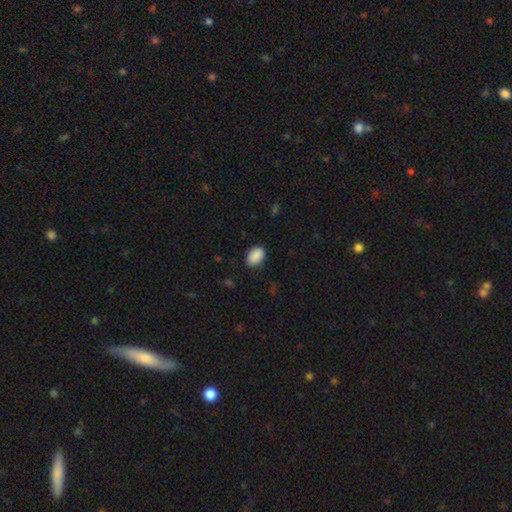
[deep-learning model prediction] Smooth or featured? smooth (90%)
How rounded? in between (85%)
Merging? none (83%)